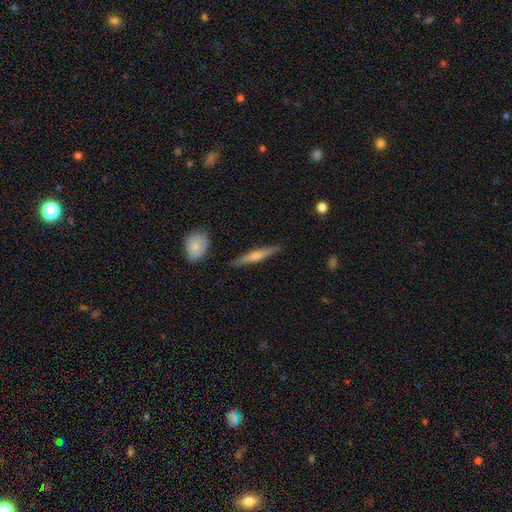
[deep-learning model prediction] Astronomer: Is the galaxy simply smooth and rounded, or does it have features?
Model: featured or disk — 65%.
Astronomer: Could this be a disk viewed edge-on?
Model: yes — 97%.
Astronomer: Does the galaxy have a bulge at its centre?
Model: rounded — 78%.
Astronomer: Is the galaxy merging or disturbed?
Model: none — 90%.